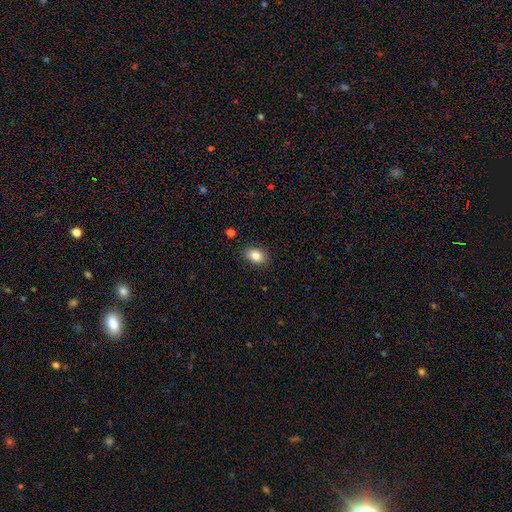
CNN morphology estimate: Overall: smooth (86%). How rounded: in between (87%). Merging: none (88%).